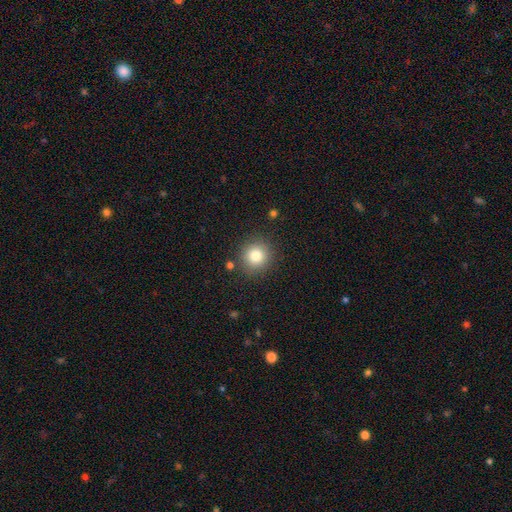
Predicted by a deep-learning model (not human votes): Overall: smooth (81%). How rounded: round (91%). Merging: none (87%).